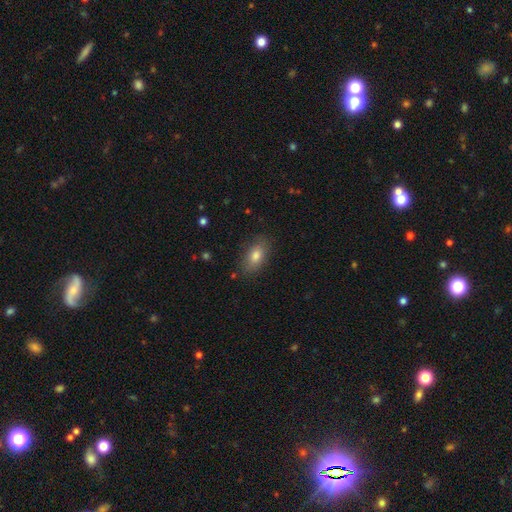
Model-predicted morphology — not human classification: The model was most divided on "smooth or featured": smooth: 79%, featured or disk: 13%, star or artifact: 8%. More confident: how rounded — in between (88%); merging — none (83%).